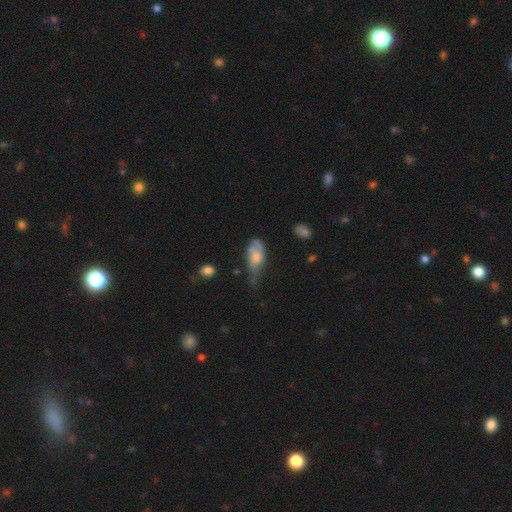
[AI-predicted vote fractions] smooth_or_featured: smooth (p=0.61) [alt: featured or disk p=0.31]
how_rounded: in between (p=0.84) [alt: cigar-shaped p=0.13]
merging: minor disturbance (p=0.42) [alt: major disturbance p=0.30]